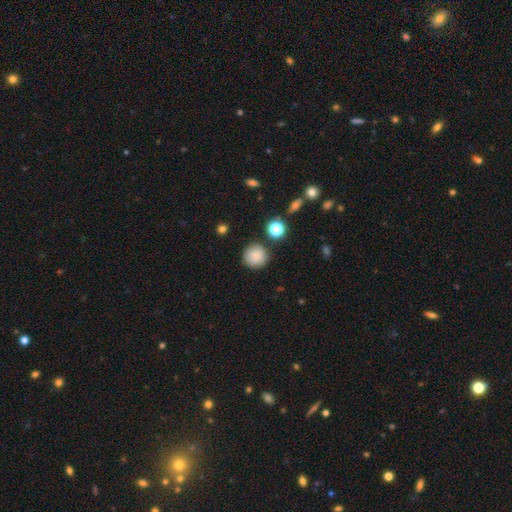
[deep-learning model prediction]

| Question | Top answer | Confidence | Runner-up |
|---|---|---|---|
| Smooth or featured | smooth | 82% | star or artifact (11%) |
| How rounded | round | 94% | in between (5%) |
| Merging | none | 84% | minor disturbance (10%) |